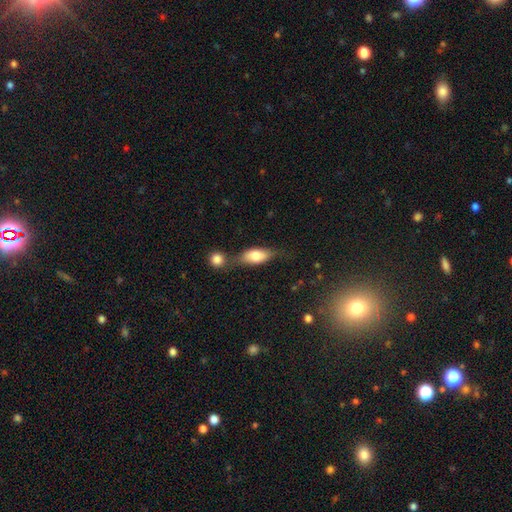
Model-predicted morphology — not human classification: A smooth galaxy with no disk features (73%) that is in between round and cigar-shaped (81%).

Vote fractions:
- Smooth or featured? smooth: 73% / featured or disk: 20% / star or artifact: 7%
- How rounded? in between: 81% / cigar-shaped: 14% / round: 5%
- Merging? none: 46% / merger: 28% / minor disturbance: 19% / major disturbance: 7%